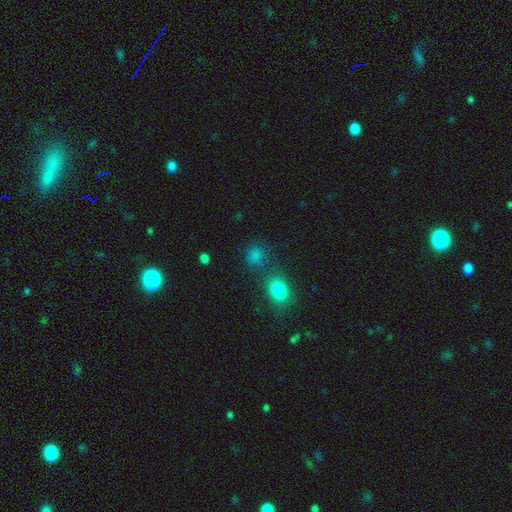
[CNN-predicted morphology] This appears to be a smooth galaxy with no disk features (79%) that is round (68%). Merging: none (58%).